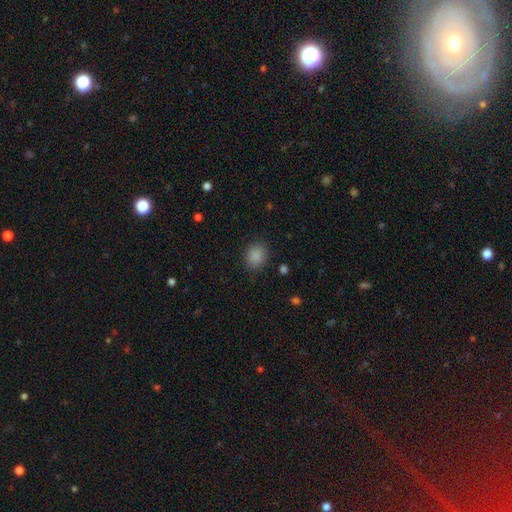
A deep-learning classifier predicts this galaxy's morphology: Q: Smooth or featured?
A: smooth (87%); runner-up: star or artifact (10%)
Q: How rounded?
A: round (61%); runner-up: in between (38%)
Q: Merging?
A: none (86%); runner-up: minor disturbance (10%)